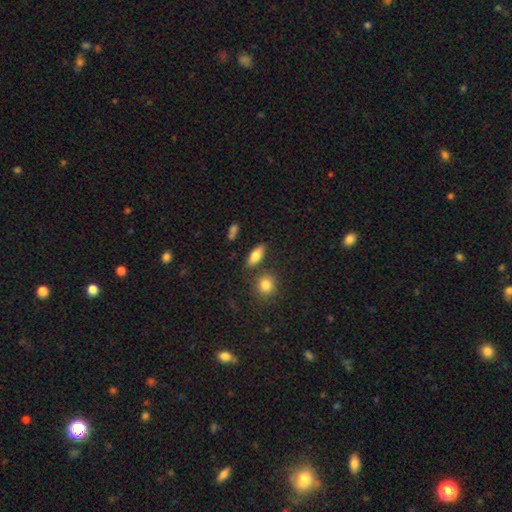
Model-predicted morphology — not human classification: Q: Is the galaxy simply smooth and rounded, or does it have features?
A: smooth — 80%.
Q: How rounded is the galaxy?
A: in between — 74%.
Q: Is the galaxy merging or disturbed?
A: none — 79%.